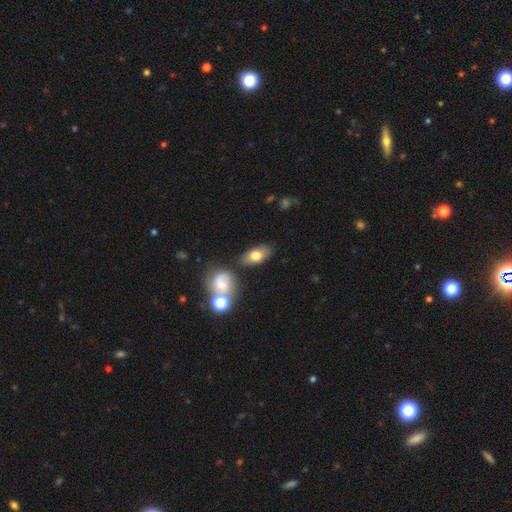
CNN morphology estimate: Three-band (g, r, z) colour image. It shows a smooth galaxy with no disk features (72%) that is in between round and cigar-shaped (87%). Merging: none (74%).